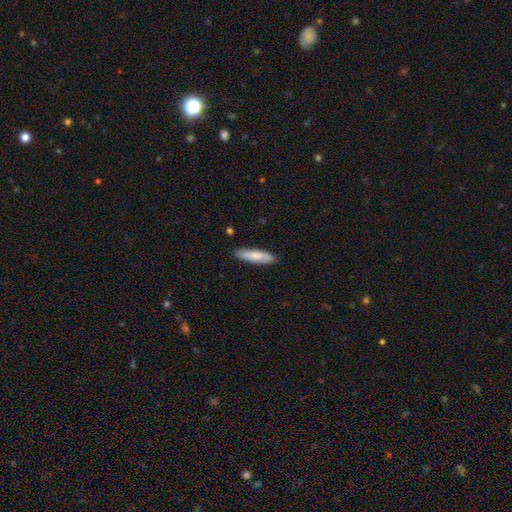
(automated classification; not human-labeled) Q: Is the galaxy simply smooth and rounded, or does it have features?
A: smooth — 78%.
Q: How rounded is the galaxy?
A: cigar-shaped — 71%.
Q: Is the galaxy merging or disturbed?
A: none — 87%.